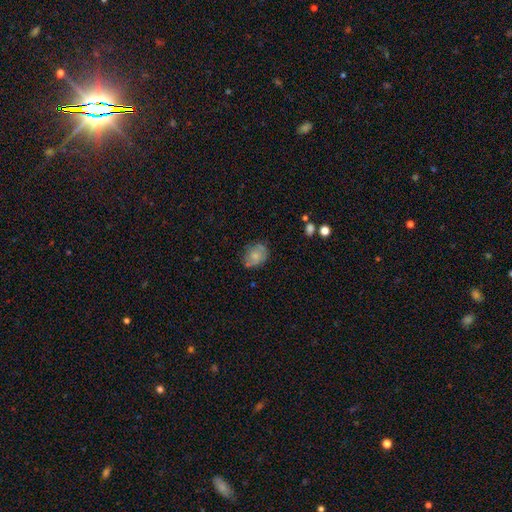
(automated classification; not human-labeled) Smooth or featured? Predicted: smooth (p=0.64). How rounded? Predicted: in between (p=0.61). Merging? Predicted: none (p=0.63).